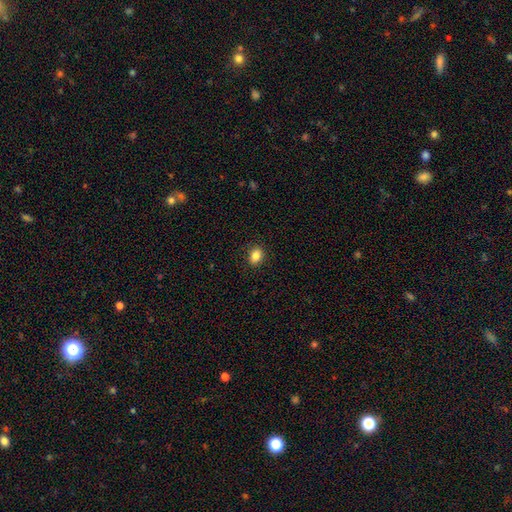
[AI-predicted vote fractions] smooth 85%, star or artifact 9%, featured or disk 5%. Down the decision tree: how rounded — in between (63%); merging — none (89%).